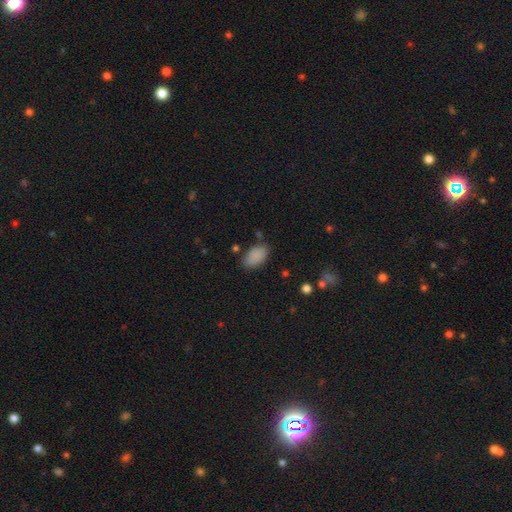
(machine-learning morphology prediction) Smooth or featured? Predicted: smooth (p=0.88). How rounded? Predicted: in between (p=0.93). Merging? Predicted: none (p=0.79).